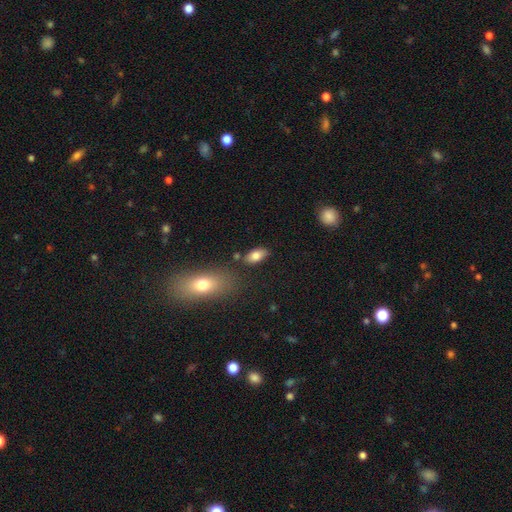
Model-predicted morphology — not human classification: Smooth or featured? smooth (80%)
How rounded? in between (90%)
Merging? none (78%)